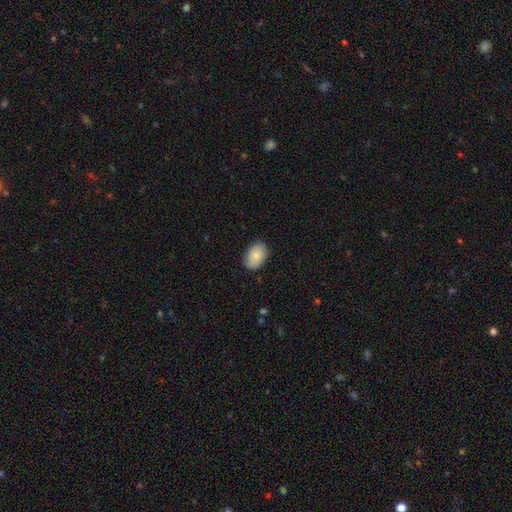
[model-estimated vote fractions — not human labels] Overall: smooth (85%). How rounded: in between (87%). Merging: none (83%).